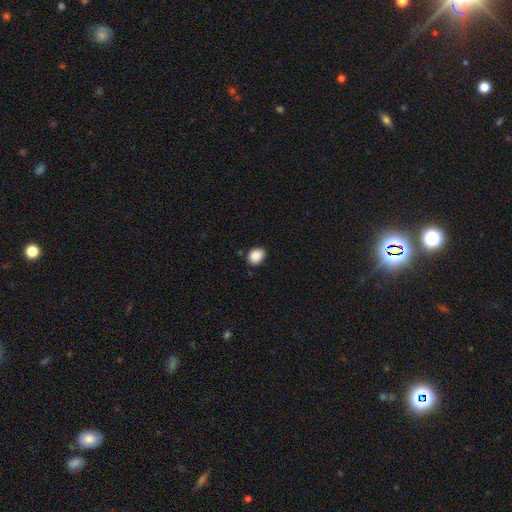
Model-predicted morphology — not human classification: type=smooth (89%); roundness=in between (52%); merging=none (85%).